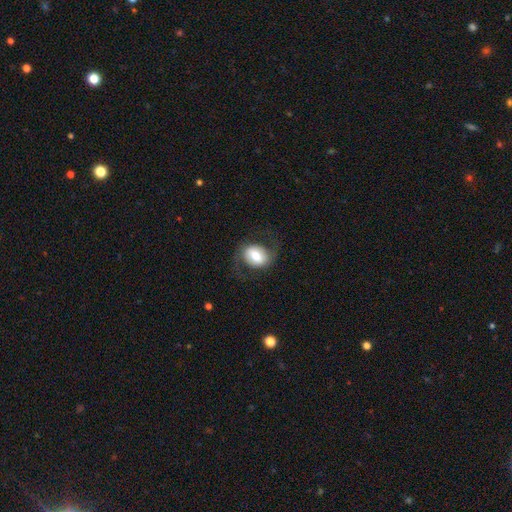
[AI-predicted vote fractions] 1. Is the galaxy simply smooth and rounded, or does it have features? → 46% featured or disk (tied), 46% smooth (tied), 8% star or artifact.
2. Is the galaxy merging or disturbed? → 69% none, 15% minor disturbance, 14% major disturbance, 1% merger.